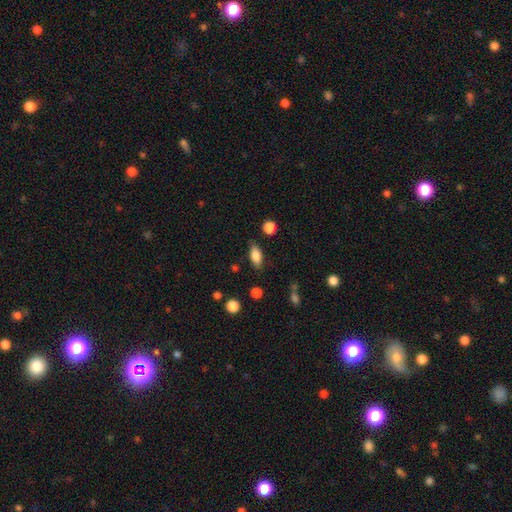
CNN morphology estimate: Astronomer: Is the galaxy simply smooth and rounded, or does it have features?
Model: smooth — 82%.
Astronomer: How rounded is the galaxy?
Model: in between — 84%.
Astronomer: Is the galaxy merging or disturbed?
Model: none — 81%.